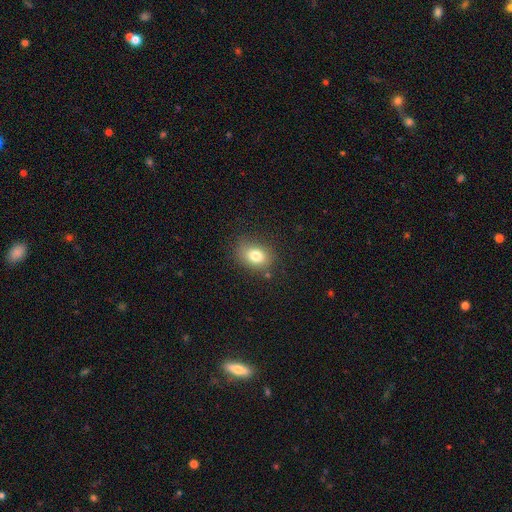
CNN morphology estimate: Smooth or featured? smooth (79%)
How rounded? in between (67%)
Merging? none (79%)